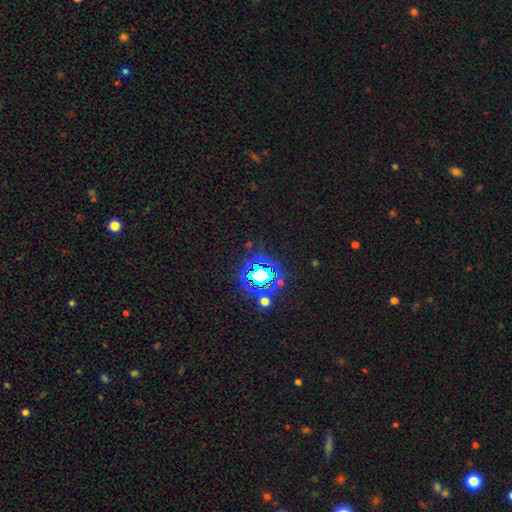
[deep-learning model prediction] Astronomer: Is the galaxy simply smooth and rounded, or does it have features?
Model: star or artifact — 82%.